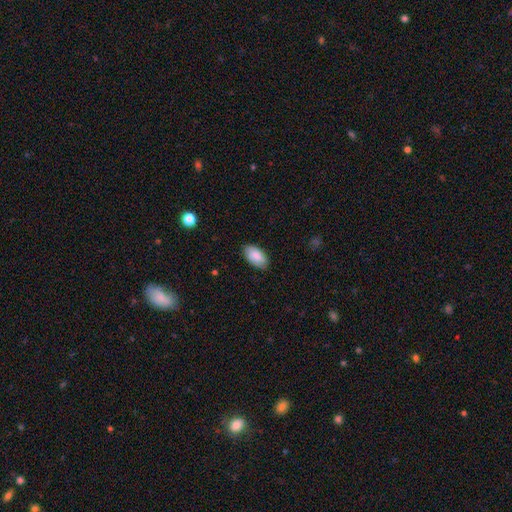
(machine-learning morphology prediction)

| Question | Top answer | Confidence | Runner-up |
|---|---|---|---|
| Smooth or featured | smooth | 86% | featured or disk (8%) |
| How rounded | in between | 95% | round (3%) |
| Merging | none | 85% | minor disturbance (12%) |